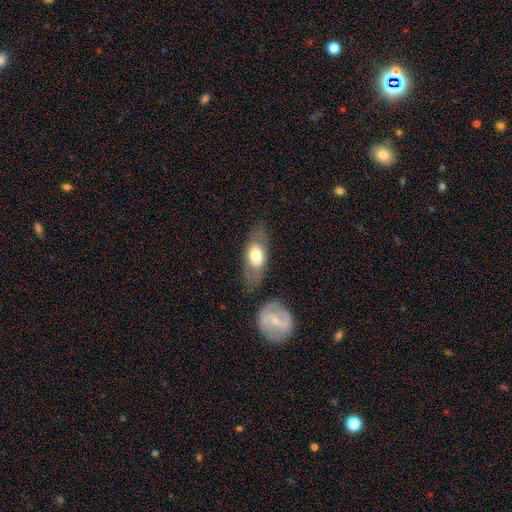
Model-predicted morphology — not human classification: Q: Smooth or featured?
A: smooth (61%); runner-up: featured or disk (32%)
Q: How rounded?
A: in between (77%); runner-up: cigar-shaped (12%)
Q: Merging?
A: none (66%); runner-up: minor disturbance (19%)